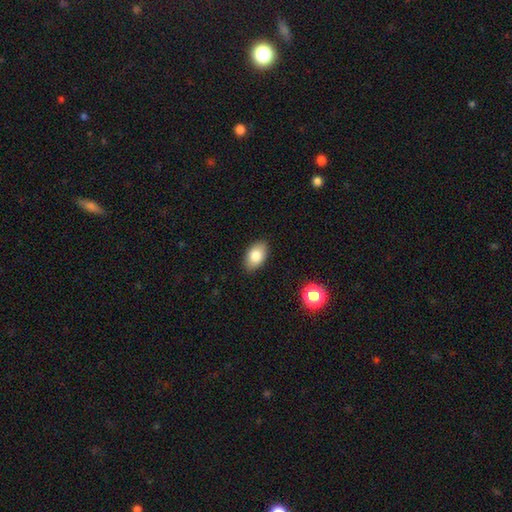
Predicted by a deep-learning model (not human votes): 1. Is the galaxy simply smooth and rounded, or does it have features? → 82% smooth, 10% featured or disk, 8% star or artifact.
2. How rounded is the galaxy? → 91% in between, 7% round, 1% cigar-shaped.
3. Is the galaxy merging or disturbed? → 87% none, 10% minor disturbance, 2% major disturbance, 1% merger.